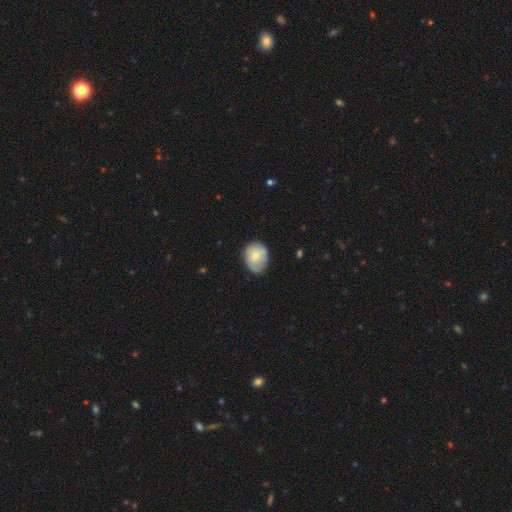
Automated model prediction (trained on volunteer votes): This appears to be a smooth galaxy with no disk features (67%) that is in between round and cigar-shaped (50%). Merging: none (61%).